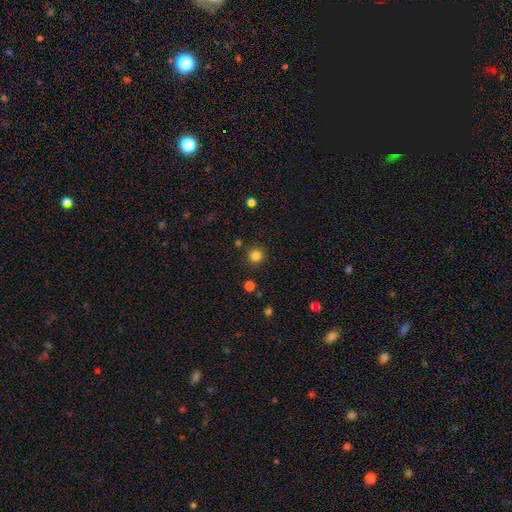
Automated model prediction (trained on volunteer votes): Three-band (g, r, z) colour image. It shows a smooth galaxy with no disk features (82%) that is round (94%). Merging: none (89%).